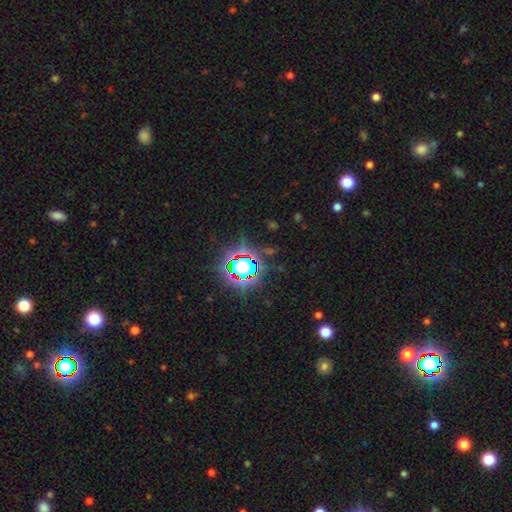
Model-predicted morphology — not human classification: Smooth or featured?
  - star or artifact: 80% *
  - smooth: 12%
  - featured or disk: 8%